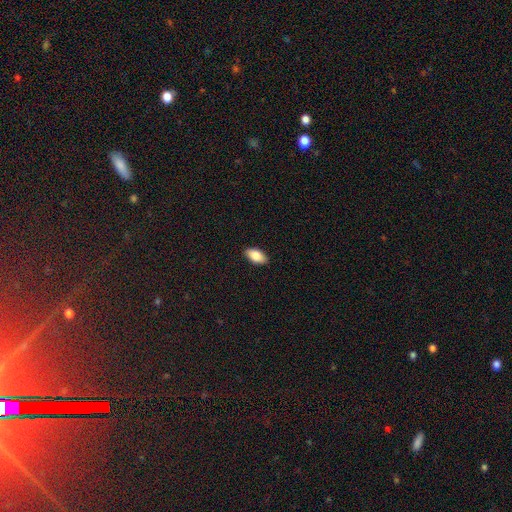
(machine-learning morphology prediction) smooth_or_featured: smooth (p=0.84) [alt: featured or disk p=0.09]
how_rounded: in between (p=0.93) [alt: cigar-shaped p=0.04]
merging: none (p=0.90) [alt: minor disturbance p=0.08]